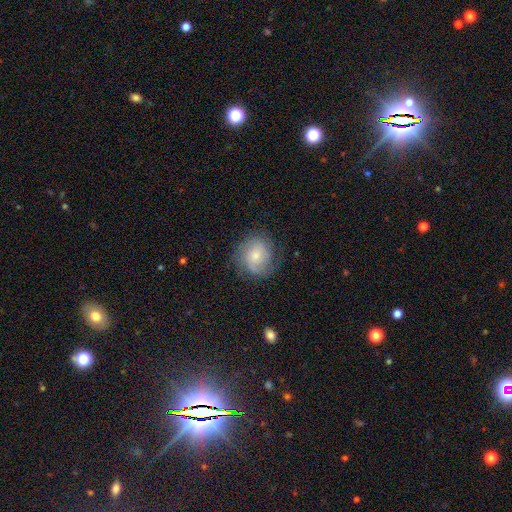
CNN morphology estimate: This appears to be a featured or disk galaxy (57%) with no bar (72%), spiral arms (89%) and a small central bulge (49%). Merging: none (75%).